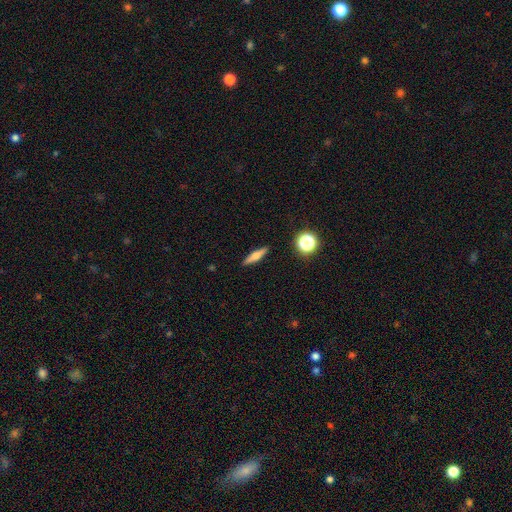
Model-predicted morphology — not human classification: type=smooth (49%); merging=none (90%).